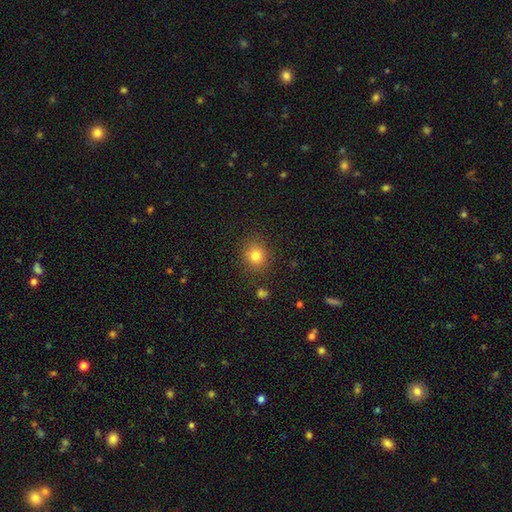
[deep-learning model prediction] This appears to be a smooth galaxy with no disk features (80%) that is round (84%). Merging: none (87%).